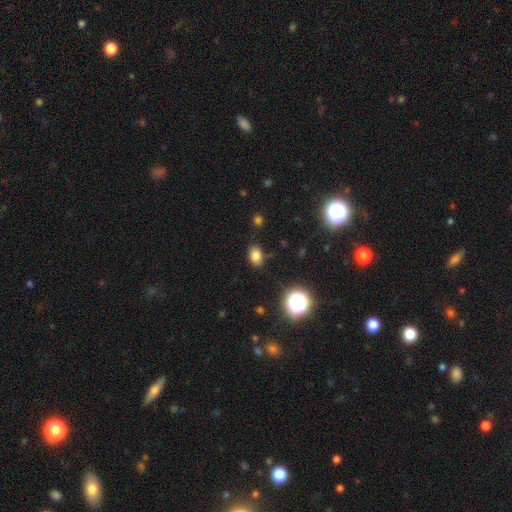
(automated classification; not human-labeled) Morphology: type=smooth (79%); roundness=in between (75%); merging=none (80%).